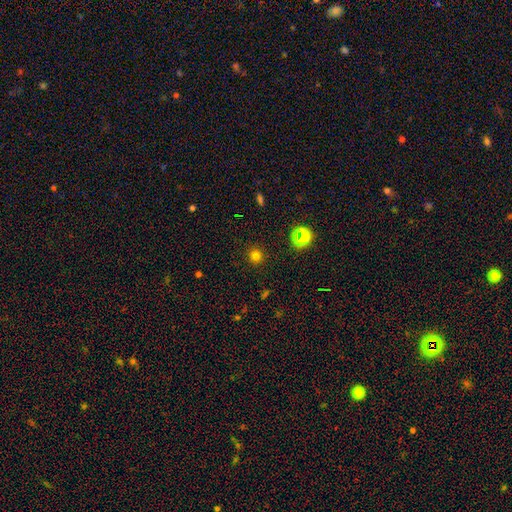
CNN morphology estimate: This is likely a smooth galaxy (75%). How rounded: clearly round (93%). Merging: clearly none (91%).